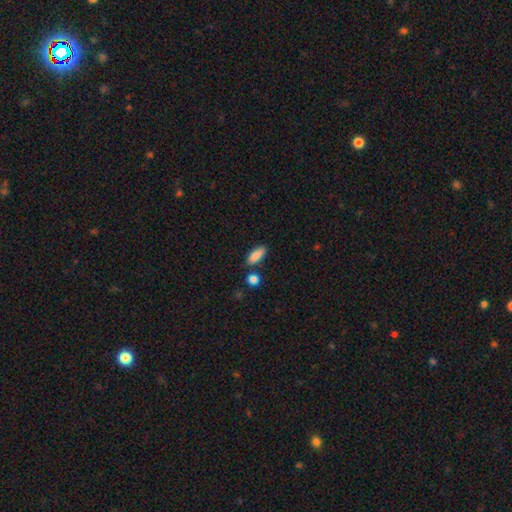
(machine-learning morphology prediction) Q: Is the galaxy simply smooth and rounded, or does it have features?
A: smooth — 88%.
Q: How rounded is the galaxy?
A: in between — 76%.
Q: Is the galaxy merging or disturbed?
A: none — 79%.